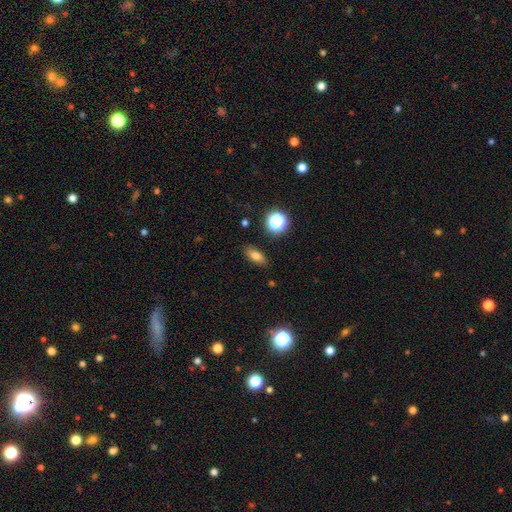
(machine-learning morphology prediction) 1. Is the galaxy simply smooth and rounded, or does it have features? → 76% smooth, 13% star or artifact, 11% featured or disk.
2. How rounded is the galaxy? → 75% in between, 14% cigar-shaped, 10% round.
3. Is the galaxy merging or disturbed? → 87% none, 9% minor disturbance, 2% major disturbance, 2% merger.